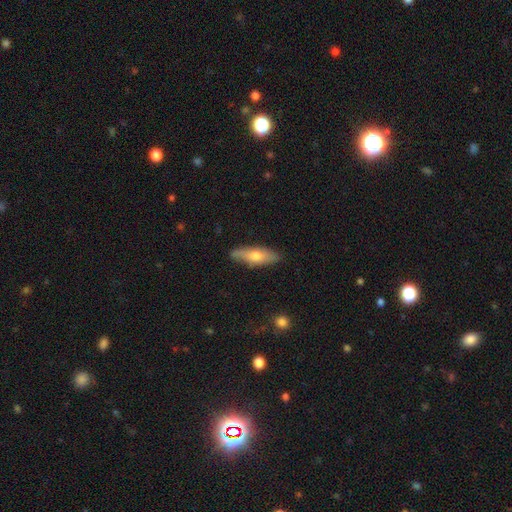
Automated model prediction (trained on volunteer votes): Morphology: type=smooth (58%); roundness=cigar-shaped (50%); merging=none (81%).